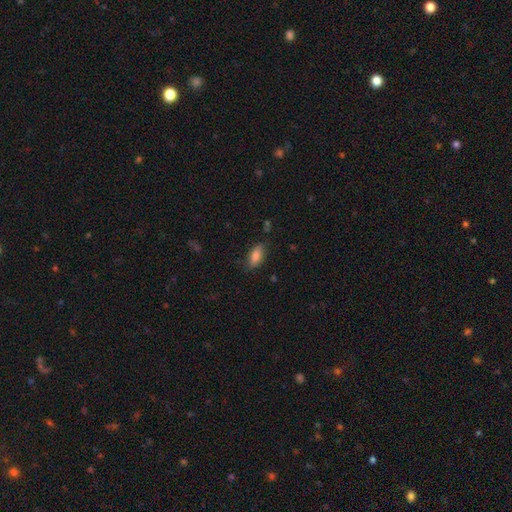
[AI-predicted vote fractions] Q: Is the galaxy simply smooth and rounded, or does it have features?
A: smooth — 83%.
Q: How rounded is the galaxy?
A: in between — 87%.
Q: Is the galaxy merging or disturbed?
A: none — 77%.